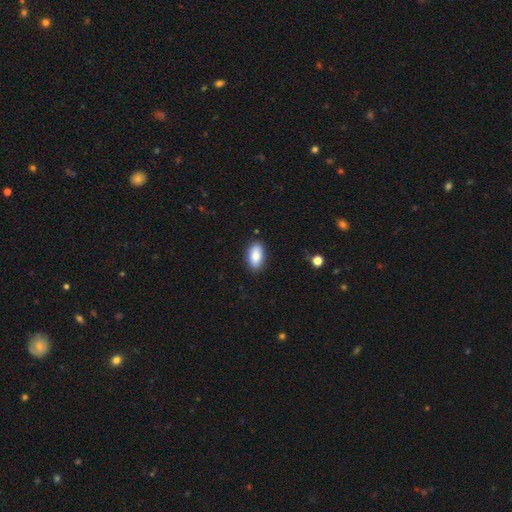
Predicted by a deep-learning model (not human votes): Morphology: type=smooth (85%); roundness=in between (93%); merging=none (87%).